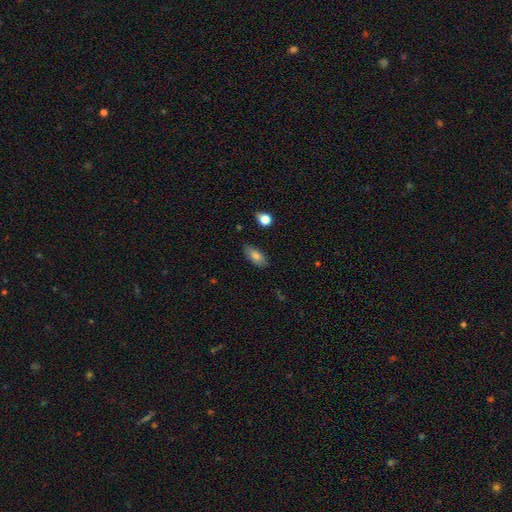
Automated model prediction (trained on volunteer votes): A smooth galaxy with no disk features (79%) that is in between round and cigar-shaped (85%).

Vote fractions:
- Smooth or featured? smooth: 79% / featured or disk: 13% / star or artifact: 8%
- How rounded? in between: 85% / cigar-shaped: 12% / round: 3%
- Merging? none: 83% / minor disturbance: 13% / major disturbance: 3% / merger: 2%